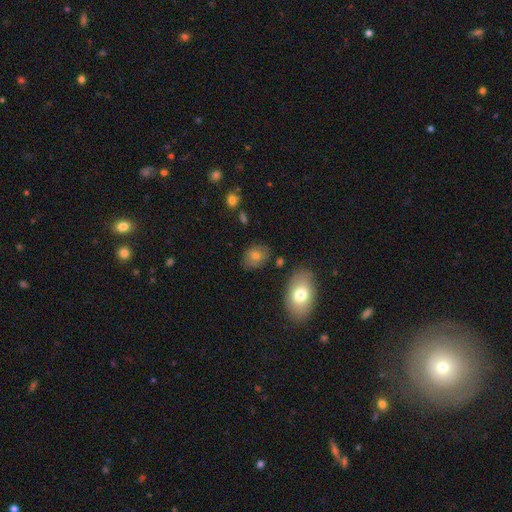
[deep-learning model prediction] smooth 75%, featured or disk 15%, star or artifact 10%. Down the decision tree: how rounded — in between (66%); merging — none (79%).